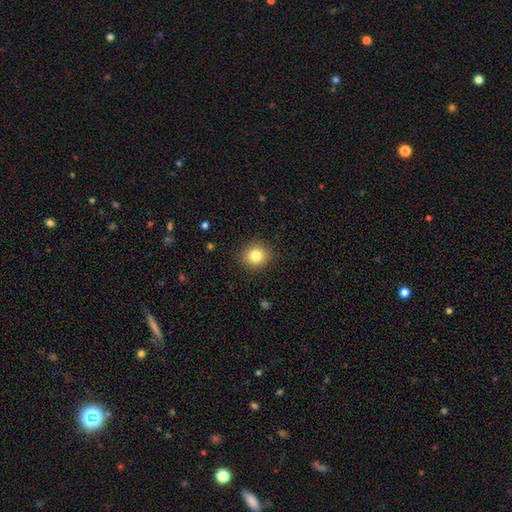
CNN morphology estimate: smooth_or_featured: smooth (p=0.82) [alt: star or artifact p=0.11]
how_rounded: round (p=0.81) [alt: in between p=0.18]
merging: none (p=0.89) [alt: minor disturbance p=0.07]